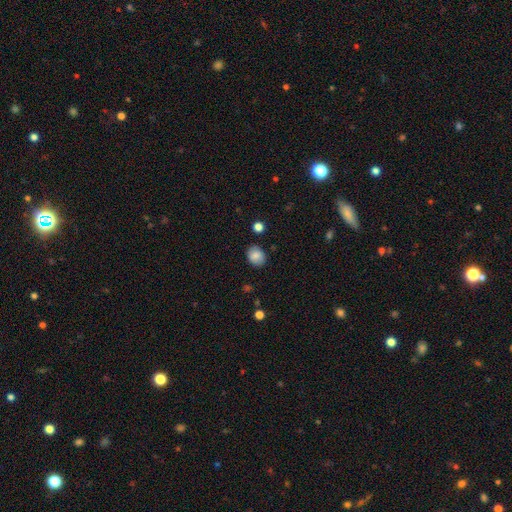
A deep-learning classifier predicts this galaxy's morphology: smooth-or-featured: smooth: 85% | star or artifact: 9% | featured or disk: 7%
  how-rounded: round: 55% | in between: 44% | cigar-shaped: 1%
  merging: none: 85% | minor disturbance: 11% | major disturbance: 3% | merger: 2%